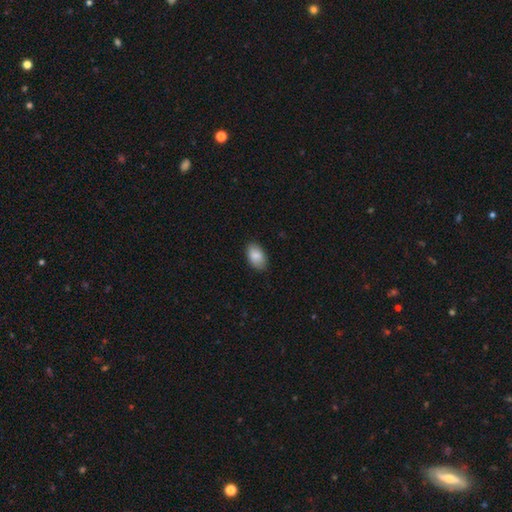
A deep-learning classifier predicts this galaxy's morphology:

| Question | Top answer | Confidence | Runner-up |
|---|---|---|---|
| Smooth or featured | smooth | 87% | star or artifact (6%) |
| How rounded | in between | 93% | round (5%) |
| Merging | none | 86% | minor disturbance (11%) |